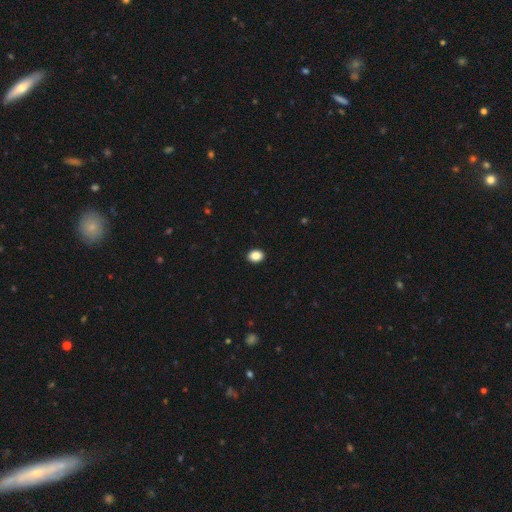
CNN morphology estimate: smooth-or-featured: smooth: 88% | star or artifact: 9% | featured or disk: 3%
  how-rounded: in between: 61% | round: 38% | cigar-shaped: 1%
  merging: none: 92% | minor disturbance: 6% | major disturbance: 1% | merger: 1%